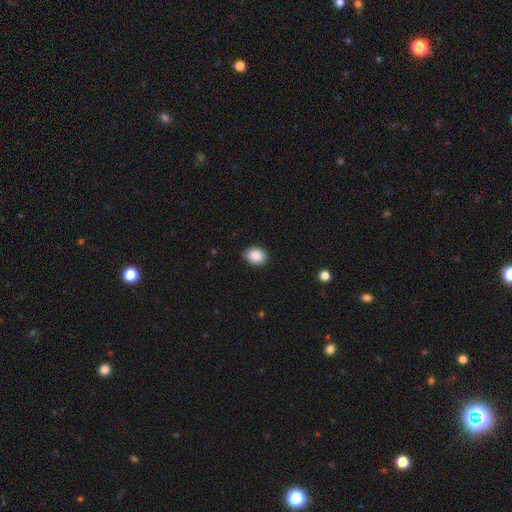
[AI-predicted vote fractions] A smooth galaxy with no disk features (88%) that is round (51%). Merging: none (86%).